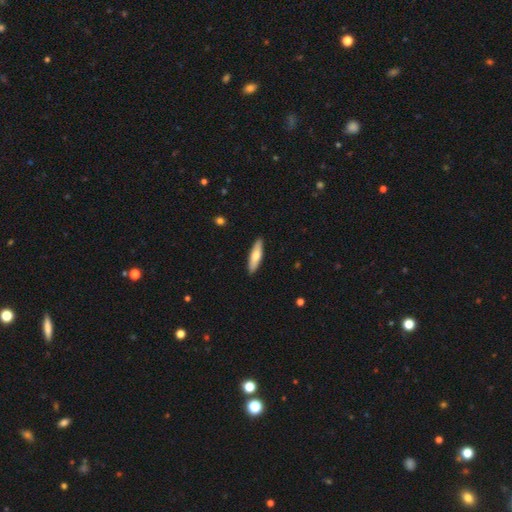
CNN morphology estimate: Smooth or featured: smooth — 67% (featured or disk — 28%)
How rounded: cigar-shaped — 68% (in between — 31%)
Merging: none — 90% (minor disturbance — 7%)